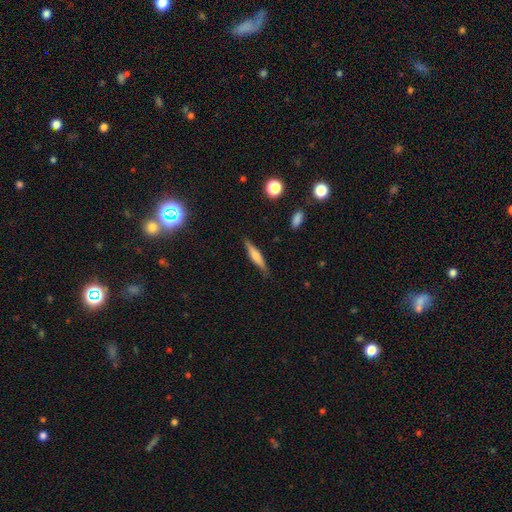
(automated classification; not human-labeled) The model was most divided on "smooth or featured": smooth: 52%, featured or disk: 41%, star or artifact: 7%. More confident: how rounded — cigar-shaped (85%); merging — none (85%).